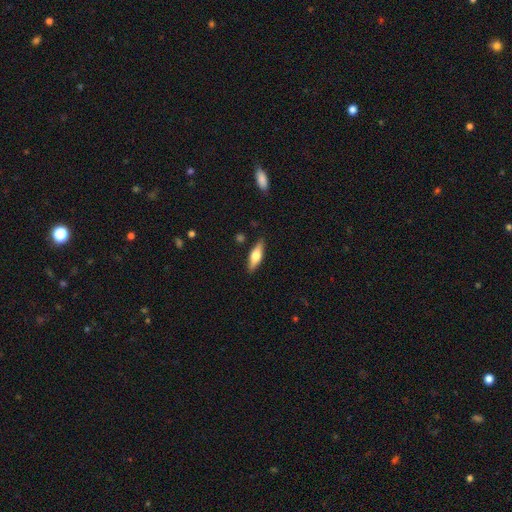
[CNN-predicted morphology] A smooth galaxy with no disk features (52%) that is in between round and cigar-shaped (50%). Merging: none (87%).